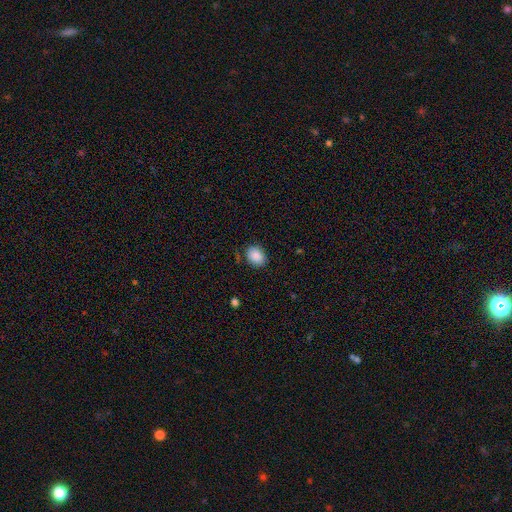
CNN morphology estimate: This is clearly a smooth galaxy (87%). How rounded: likely in between (64%). Merging: clearly none (81%).